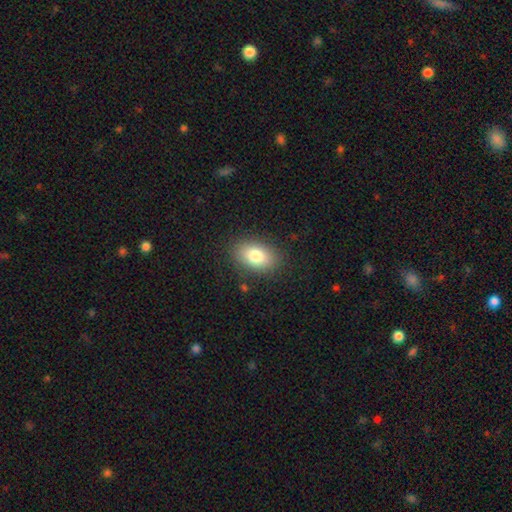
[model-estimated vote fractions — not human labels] Smooth or featured?
  - smooth: 81% *
  - featured or disk: 11%
  - star or artifact: 8%
How rounded?
  - in between: 86% *
  - round: 13%
  - cigar-shaped: 1%
Merging?
  - none: 85% *
  - minor disturbance: 10%
  - major disturbance: 3%
  - merger: 1%